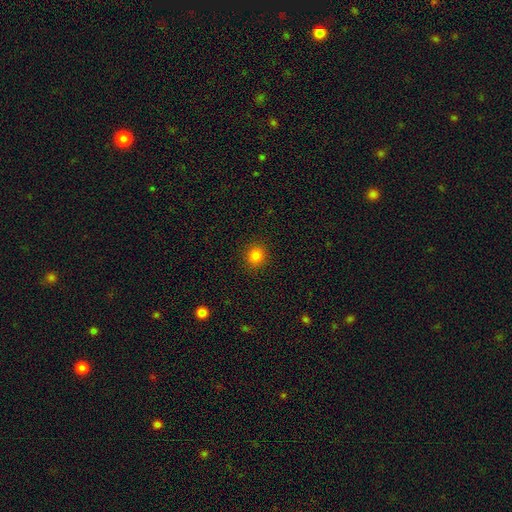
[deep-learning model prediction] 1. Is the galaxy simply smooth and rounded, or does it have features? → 83% smooth, 13% star or artifact, 4% featured or disk.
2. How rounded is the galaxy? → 84% round, 15% in between, 1% cigar-shaped.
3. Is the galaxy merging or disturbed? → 90% none, 6% minor disturbance, 2% major disturbance, 1% merger.